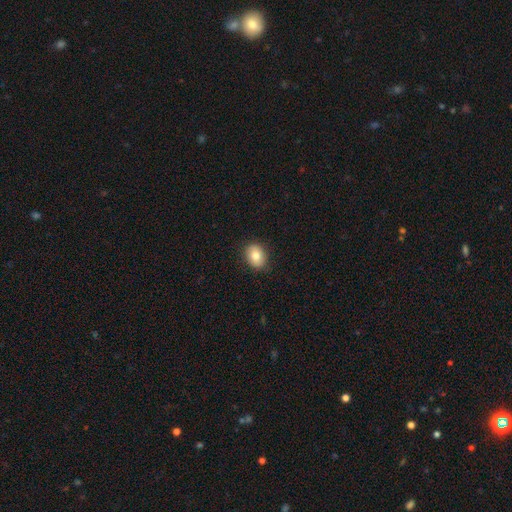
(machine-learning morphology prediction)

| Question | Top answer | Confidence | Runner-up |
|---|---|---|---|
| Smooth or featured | smooth | 80% | featured or disk (11%) |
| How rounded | in between | 56% | round (43%) |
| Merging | none | 87% | minor disturbance (10%) |